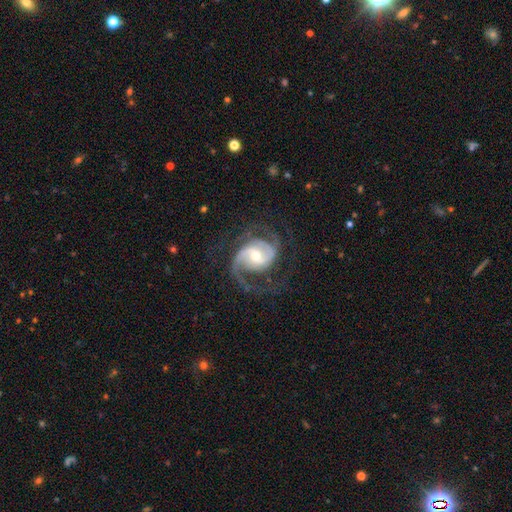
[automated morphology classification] Smooth or featured: featured or disk — 91% (star or artifact — 5%)
Edge-on disk: no — 98% (yes — 2%)
Bar: weak — 45% (no — 37%)
Spiral arms: yes — 98% (no — 2%)
Spiral winding: medium — 53% (loose — 26%)
Spiral arm count: 2 — 71% (3 — 12%)
Bulge size: moderate — 54% (small — 40%)
Merging: none — 65% (major disturbance — 18%)